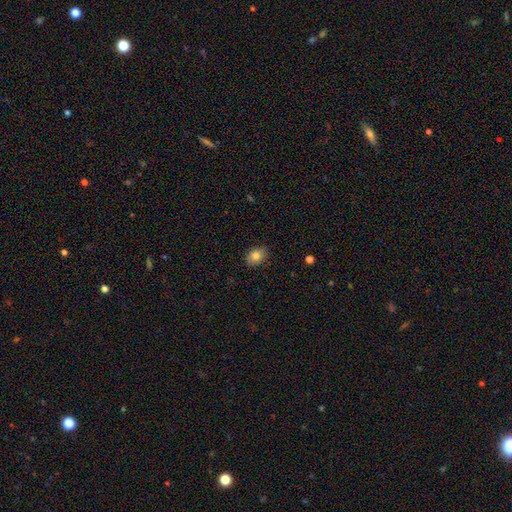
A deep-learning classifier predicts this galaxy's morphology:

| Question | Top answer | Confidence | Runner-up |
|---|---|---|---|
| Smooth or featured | smooth | 83% | star or artifact (9%) |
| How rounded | in between | 77% | round (22%) |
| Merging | none | 86% | minor disturbance (11%) |